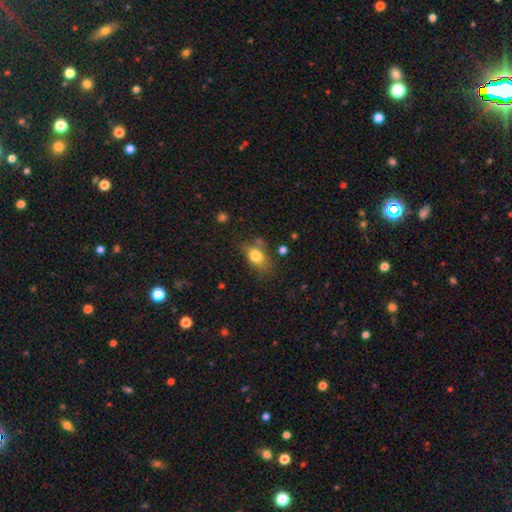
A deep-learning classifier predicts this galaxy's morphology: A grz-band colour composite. It shows a smooth galaxy with no disk features (78%) that is in between round and cigar-shaped (77%). Merging: none (58%).